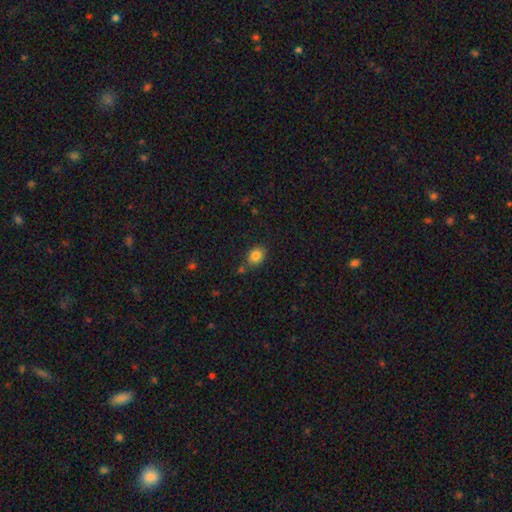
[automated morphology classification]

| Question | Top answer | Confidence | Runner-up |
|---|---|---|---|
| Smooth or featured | smooth | 84% | star or artifact (10%) |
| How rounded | in between | 55% | round (44%) |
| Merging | none | 75% | minor disturbance (15%) |